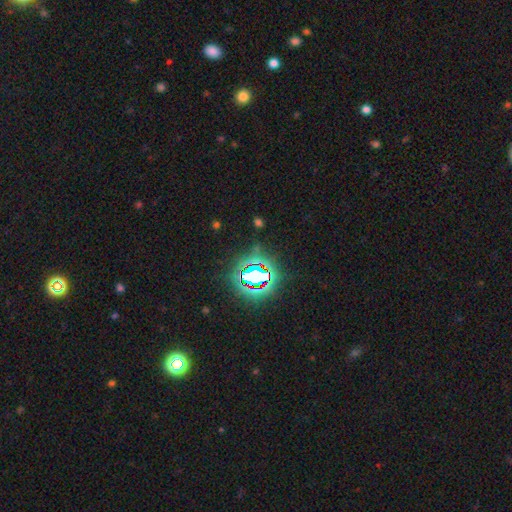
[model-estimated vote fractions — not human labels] A star or artifact, not a galaxy (78%).

Vote fractions:
- Smooth or featured? star or artifact: 78% / smooth: 13% / featured or disk: 9%